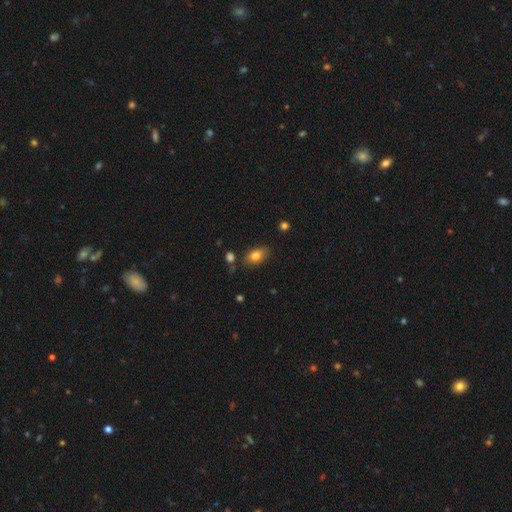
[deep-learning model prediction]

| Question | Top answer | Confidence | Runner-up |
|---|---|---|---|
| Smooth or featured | smooth | 81% | featured or disk (10%) |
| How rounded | in between | 84% | round (14%) |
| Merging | none | 74% | minor disturbance (19%) |